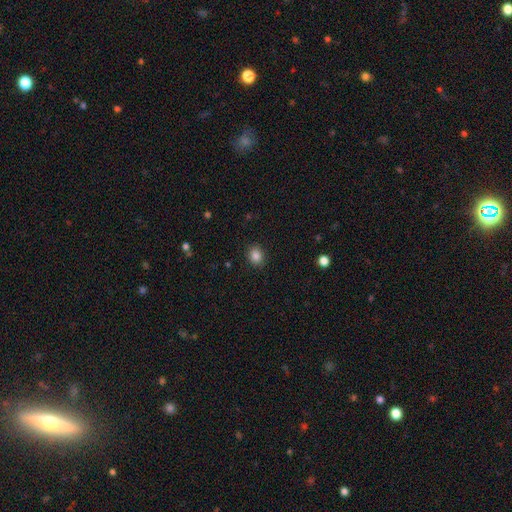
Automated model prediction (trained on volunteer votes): This appears to be a smooth galaxy with no disk features (86%) that is round (60%). Merging: none (89%).